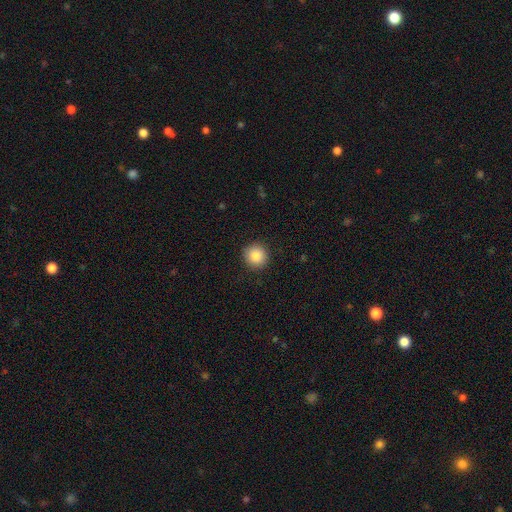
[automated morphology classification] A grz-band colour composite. It shows a smooth galaxy with no disk features (86%) that is round (93%). Merging: none (91%).